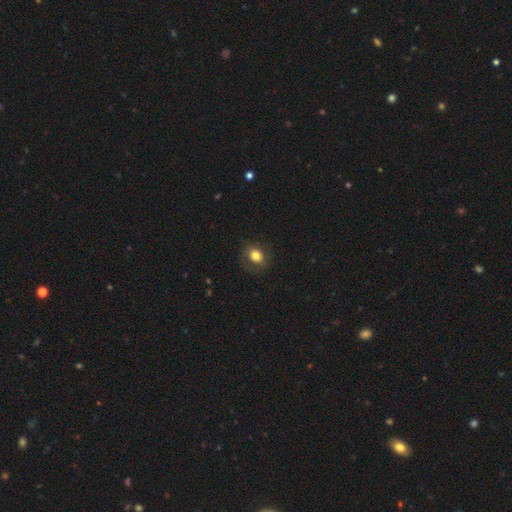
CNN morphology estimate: Smooth or featured?
  - smooth: 77% *
  - featured or disk: 13%
  - star or artifact: 10%
How rounded?
  - round: 63% *
  - in between: 36%
  - cigar-shaped: 1%
Merging?
  - none: 80% *
  - minor disturbance: 13%
  - major disturbance: 6%
  - merger: 1%